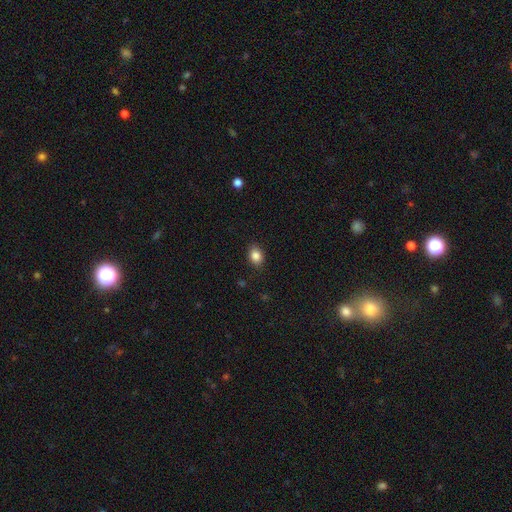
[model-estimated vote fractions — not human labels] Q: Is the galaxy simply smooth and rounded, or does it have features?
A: smooth — 85%.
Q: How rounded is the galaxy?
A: in between — 67%.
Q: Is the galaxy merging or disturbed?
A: none — 86%.